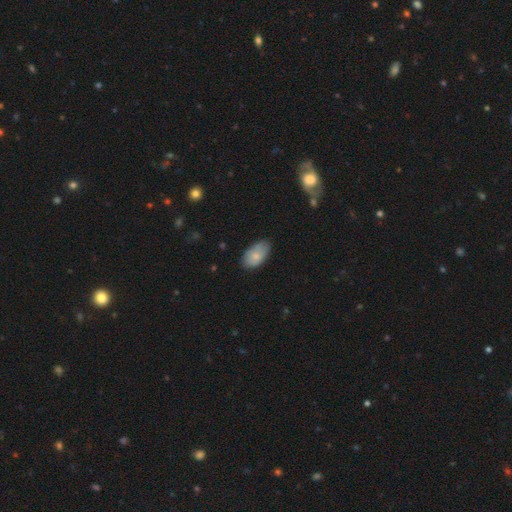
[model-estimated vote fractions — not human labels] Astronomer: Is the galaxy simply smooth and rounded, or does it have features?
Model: smooth — 75%.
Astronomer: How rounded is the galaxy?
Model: in between — 94%.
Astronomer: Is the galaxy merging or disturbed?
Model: none — 66%.